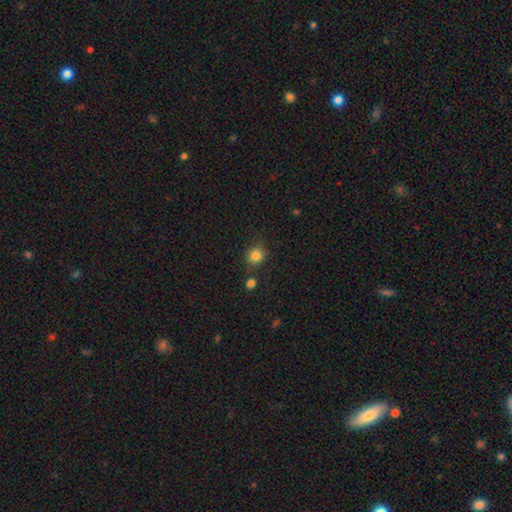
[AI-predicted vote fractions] This is clearly a smooth galaxy (82%). How rounded: clearly round (81%). Merging: likely none (76%).